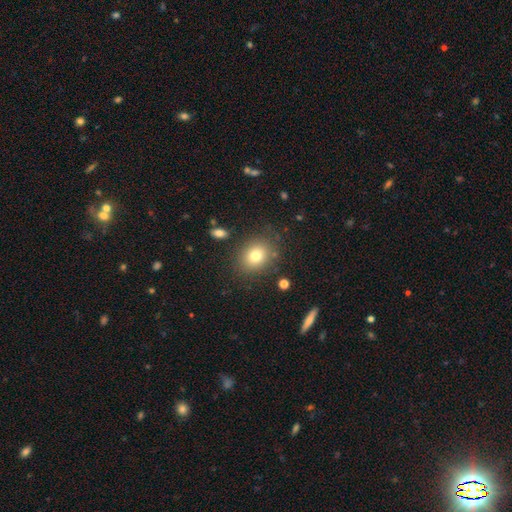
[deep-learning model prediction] Smooth or featured: smooth — 77% (star or artifact — 12%)
How rounded: round — 60% (in between — 39%)
Merging: none — 82% (minor disturbance — 11%)